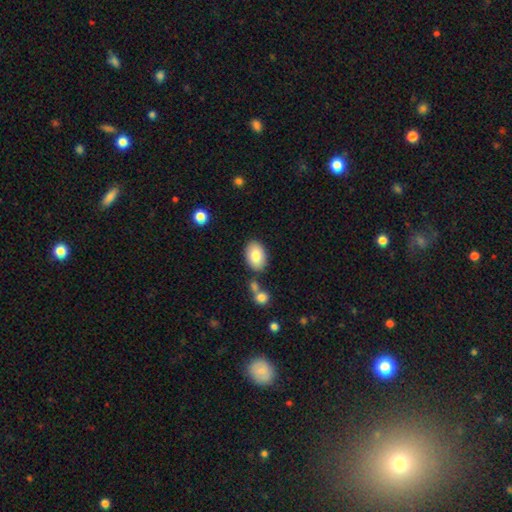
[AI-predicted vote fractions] Smooth or featured: smooth — 81% (featured or disk — 12%)
How rounded: in between — 87% (round — 12%)
Merging: none — 80% (minor disturbance — 11%)